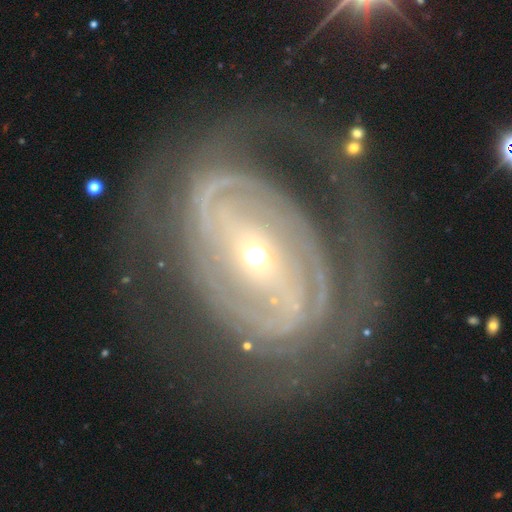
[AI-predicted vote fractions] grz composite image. It shows a featured or disk galaxy (87%) with a strong bar (50%), 2 (43%) tight (61%) spiral arms (86%) and a small central bulge (72%). Merging: none (63%).